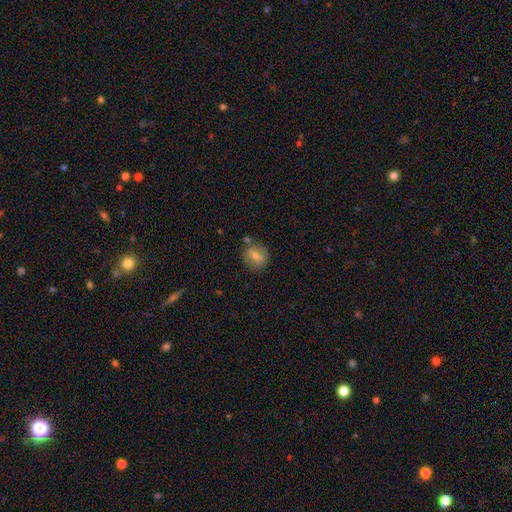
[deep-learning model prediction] Smooth or featured?
  - smooth: 67% *
  - featured or disk: 23%
  - star or artifact: 9%
How rounded?
  - round: 78% *
  - in between: 20%
  - cigar-shaped: 1%
Merging?
  - none: 74% *
  - minor disturbance: 14%
  - merger: 7%
  - major disturbance: 4%